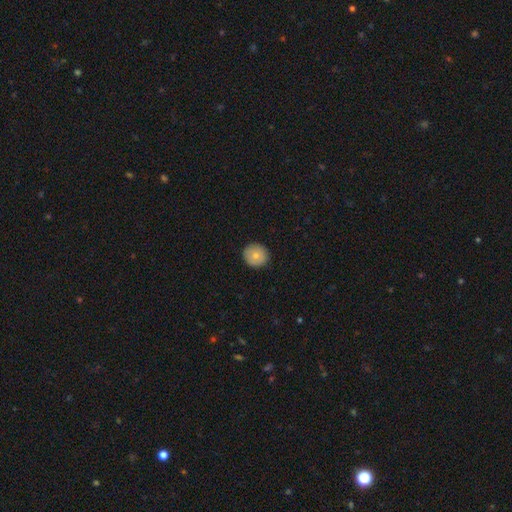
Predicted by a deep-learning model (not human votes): This appears to be a smooth galaxy with no disk features (74%) that is round (92%). Merging: none (91%).